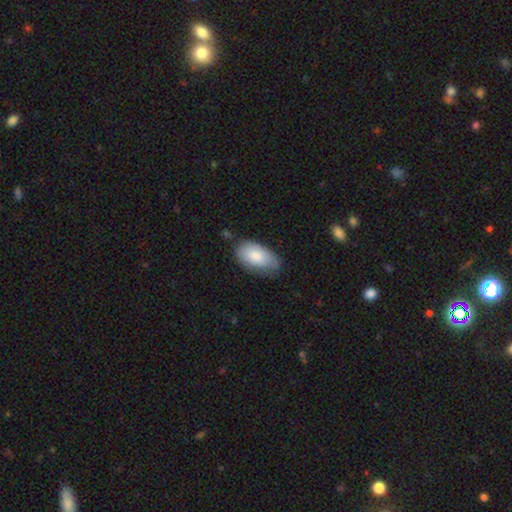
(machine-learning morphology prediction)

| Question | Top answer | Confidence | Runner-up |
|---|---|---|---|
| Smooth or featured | smooth | 79% | featured or disk (15%) |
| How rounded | in between | 95% | round (3%) |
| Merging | none | 64% | minor disturbance (28%) |